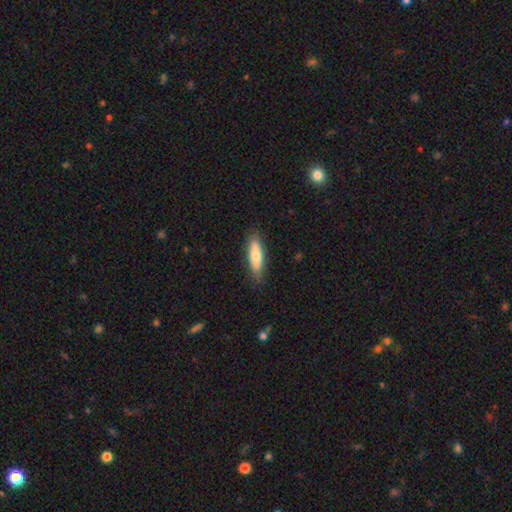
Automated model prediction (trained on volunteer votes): Smooth or featured? smooth (68%)
How rounded? in between (58%)
Merging? none (82%)